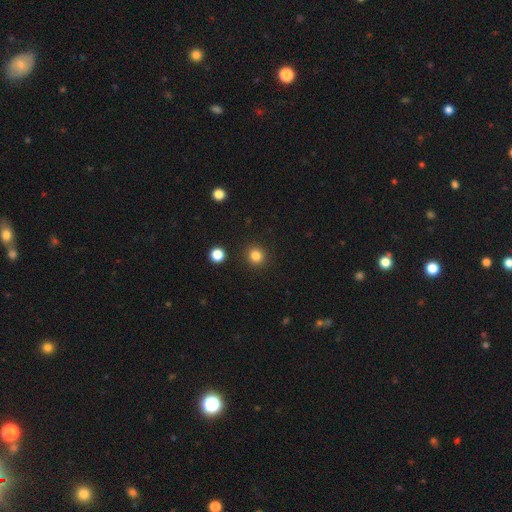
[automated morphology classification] A smooth galaxy with no disk features (83%) that is round (92%). Merging: none (92%).